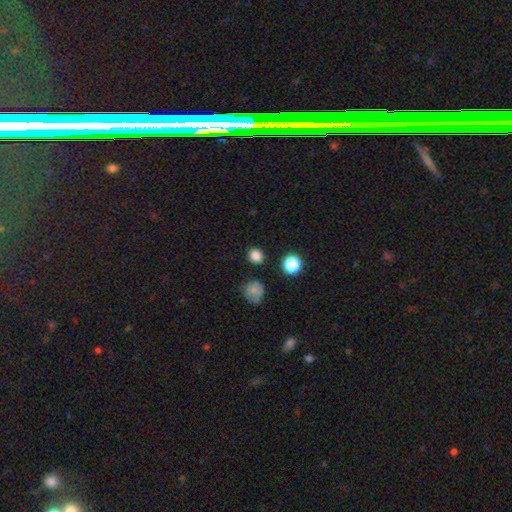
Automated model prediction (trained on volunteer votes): smooth_or_featured: smooth (p=0.82) [alt: star or artifact p=0.14]
how_rounded: round (p=0.81) [alt: in between p=0.18]
merging: none (p=0.87) [alt: minor disturbance p=0.07]